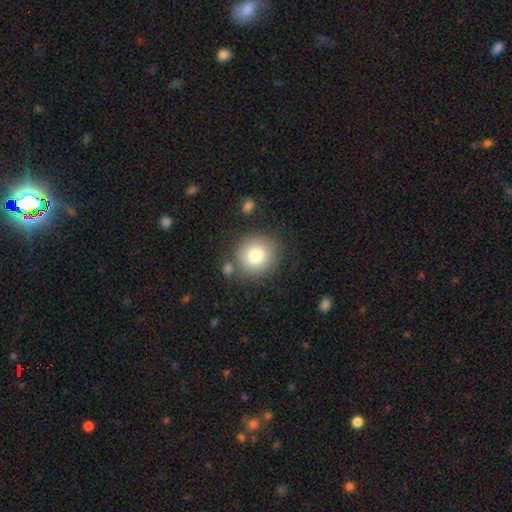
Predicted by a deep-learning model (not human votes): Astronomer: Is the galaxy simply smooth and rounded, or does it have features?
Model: smooth — 79%.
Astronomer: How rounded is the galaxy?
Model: round — 91%.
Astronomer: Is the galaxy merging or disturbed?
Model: none — 78%.